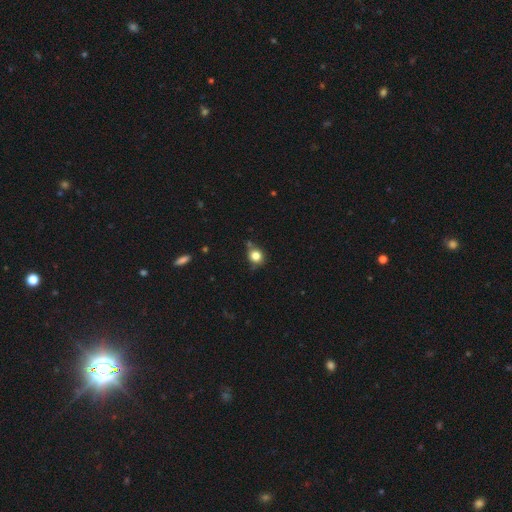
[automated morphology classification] type=smooth (81%); roundness=round (77%); merging=none (68%).